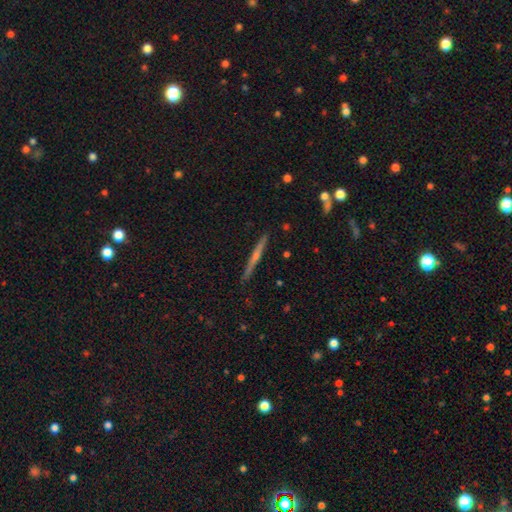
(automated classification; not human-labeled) A featured or disk galaxy (67%) viewed edge-on (98%) with a rounded central bulge (62%). Merging: none (91%).